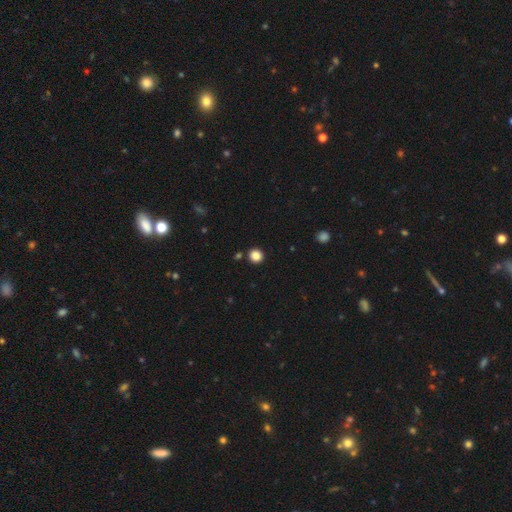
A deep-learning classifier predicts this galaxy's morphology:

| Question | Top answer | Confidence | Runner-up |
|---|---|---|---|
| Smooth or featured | smooth | 86% | star or artifact (11%) |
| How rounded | round | 92% | in between (8%) |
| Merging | none | 90% | minor disturbance (5%) |